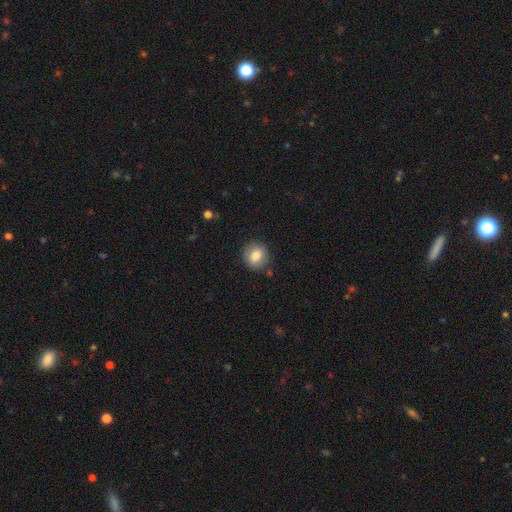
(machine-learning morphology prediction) The model was most divided on "how rounded": round: 80%, in between: 19%, cigar-shaped: 1%. More confident: merging — none (87%); smooth or featured — smooth (82%).